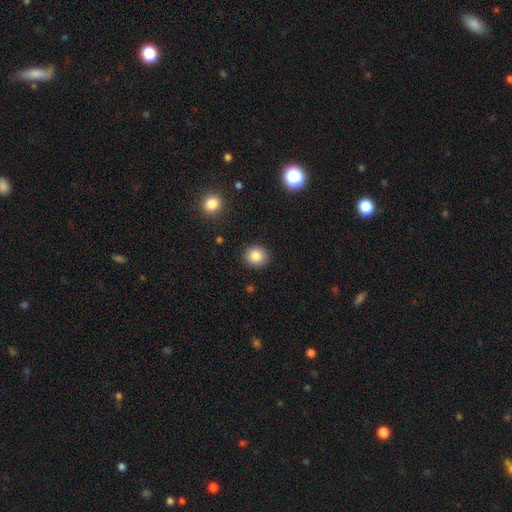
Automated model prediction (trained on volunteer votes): The model was most divided on "how rounded": round: 85%, in between: 14%, cigar-shaped: 1%. More confident: merging — none (91%); smooth or featured — smooth (85%).